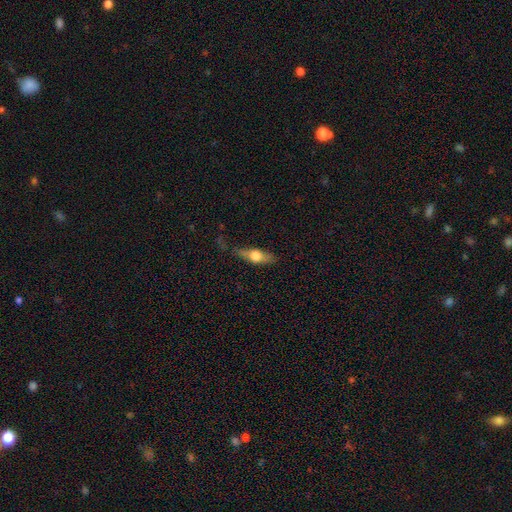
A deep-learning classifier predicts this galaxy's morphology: This is possibly a smooth galaxy (51%). How rounded: possibly in between (50%). Merging: likely none (69%).